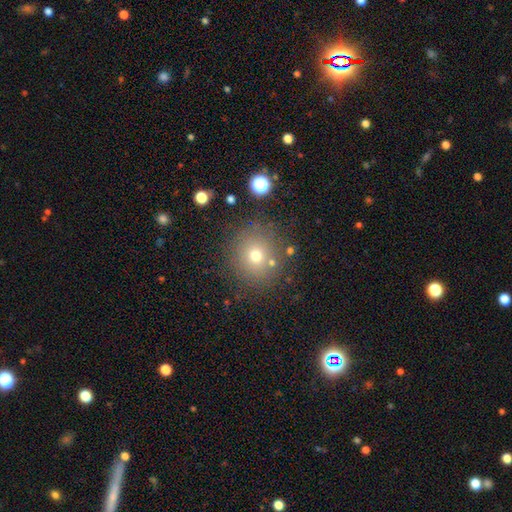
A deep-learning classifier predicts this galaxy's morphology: smooth 69%, star or artifact 19%, featured or disk 12%. Down the decision tree: how rounded — round (89%); merging — none (83%).